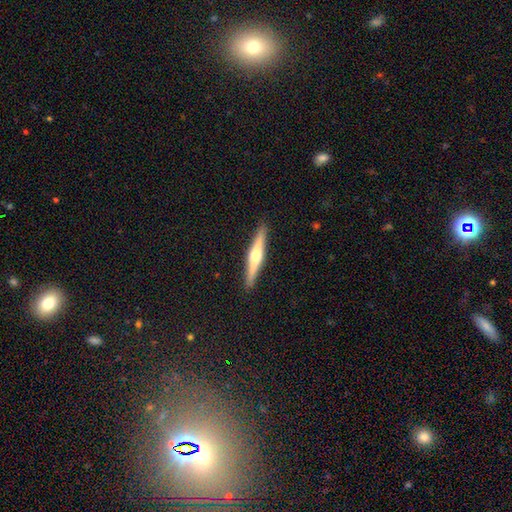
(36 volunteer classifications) Q: Smooth or featured?
A: featured or disk (75%); runner-up: smooth (19%)
Q: Edge-on disk?
A: yes (100%)
Q: Edge-on bulge?
A: rounded (93%); runner-up: boxy (7%)
Q: Merging?
A: none (97%); runner-up: major disturbance (3%)